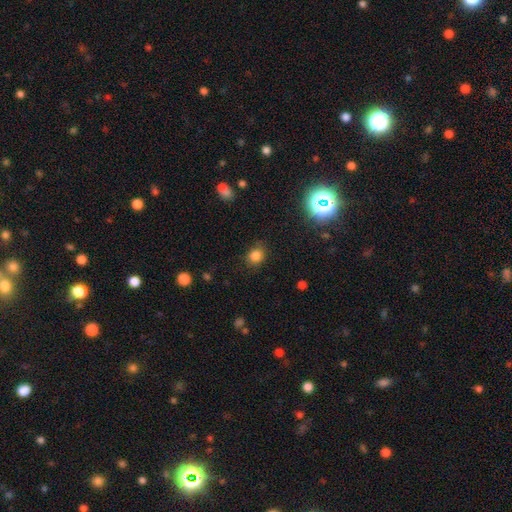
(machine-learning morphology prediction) A smooth galaxy with no disk features (81%) that is round (67%).

Vote fractions:
- Smooth or featured? smooth: 81% / star or artifact: 14% / featured or disk: 5%
- How rounded? round: 67% / in between: 31% / cigar-shaped: 1%
- Merging? none: 81% / minor disturbance: 14% / major disturbance: 4% / merger: 2%